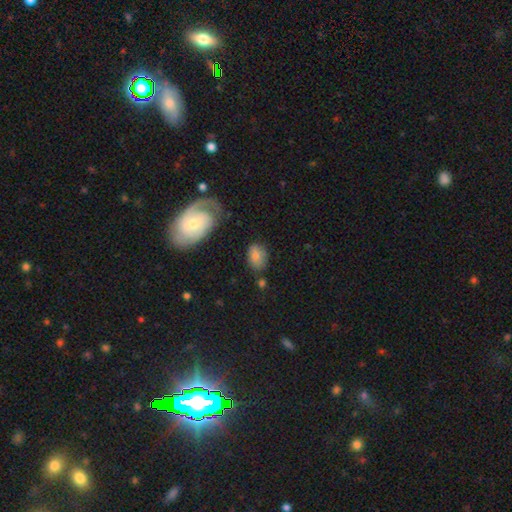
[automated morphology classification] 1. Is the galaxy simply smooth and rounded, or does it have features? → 62% smooth, 28% featured or disk, 10% star or artifact.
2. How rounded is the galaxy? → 77% in between, 21% round, 2% cigar-shaped.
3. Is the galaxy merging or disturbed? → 70% none, 18% minor disturbance, 7% major disturbance, 5% merger.